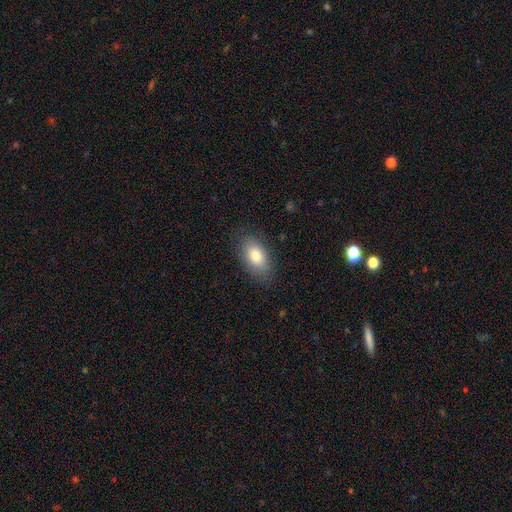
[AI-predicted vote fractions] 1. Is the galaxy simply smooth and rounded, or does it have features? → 81% smooth, 12% featured or disk, 7% star or artifact.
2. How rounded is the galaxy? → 92% in between, 5% round, 3% cigar-shaped.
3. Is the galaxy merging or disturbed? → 84% none, 12% minor disturbance, 3% major disturbance, 1% merger.